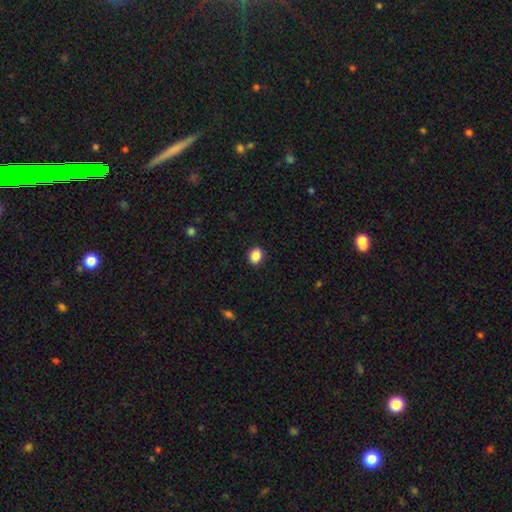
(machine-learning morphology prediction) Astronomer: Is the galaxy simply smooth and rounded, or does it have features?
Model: smooth — 88%.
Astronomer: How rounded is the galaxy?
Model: round — 58% (runner-up: in between, 42%).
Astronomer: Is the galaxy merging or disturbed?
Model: none — 91%.